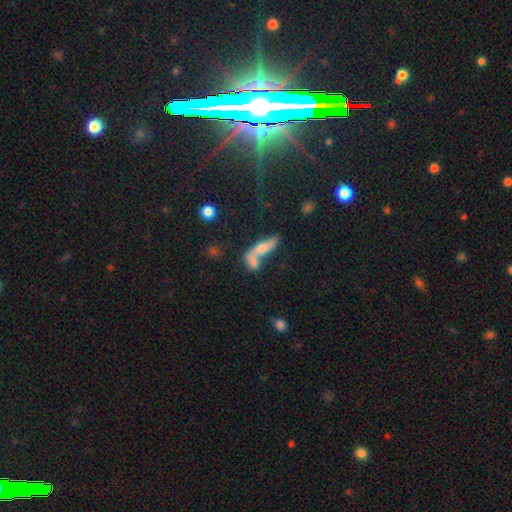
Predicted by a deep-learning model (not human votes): The model was most divided on "smooth or featured": smooth: 45%, featured or disk: 43%, star or artifact: 12%. More confident: merging — merger (51%).